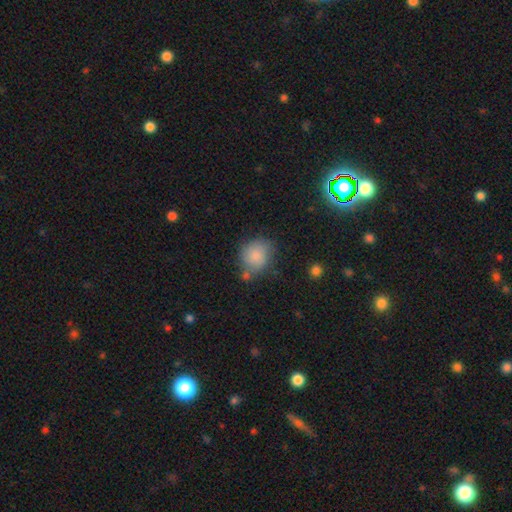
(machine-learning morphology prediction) type=smooth (82%); roundness=round (70%); merging=none (59%).